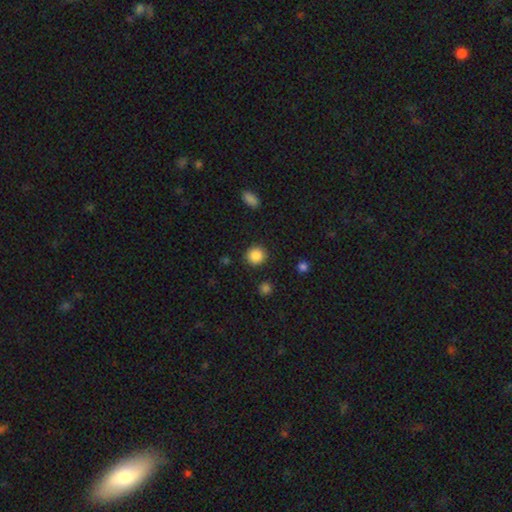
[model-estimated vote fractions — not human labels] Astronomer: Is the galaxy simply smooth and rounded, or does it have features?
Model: smooth — 87%.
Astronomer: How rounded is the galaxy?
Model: round — 91%.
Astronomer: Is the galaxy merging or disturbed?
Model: none — 90%.